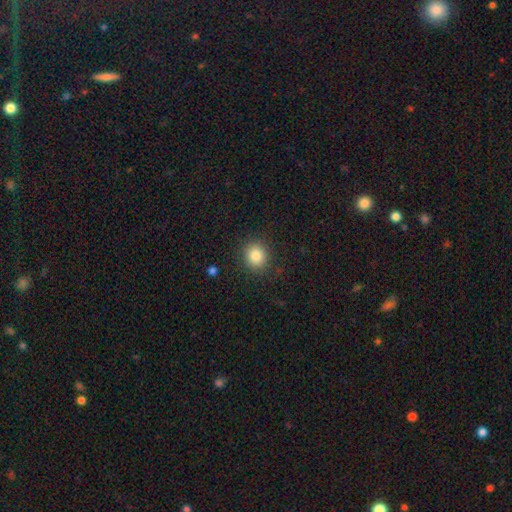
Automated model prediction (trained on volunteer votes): smooth_or_featured: smooth (p=0.84) [alt: star or artifact p=0.10]
how_rounded: round (p=0.82) [alt: in between p=0.17]
merging: none (p=0.88) [alt: minor disturbance p=0.08]